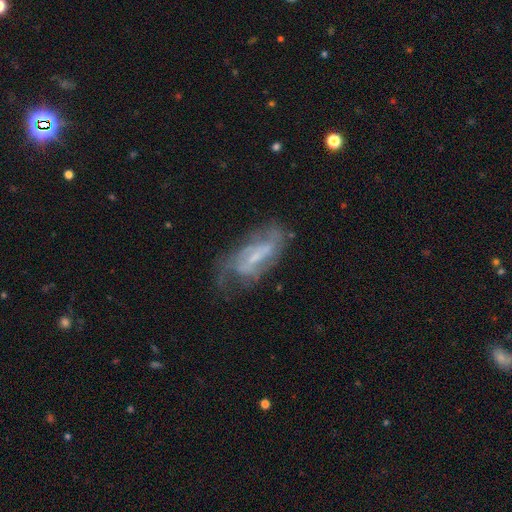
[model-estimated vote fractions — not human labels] Smooth or featured? Predicted: featured or disk (p=0.72). Edge-on disk? Predicted: no (p=0.89). Bar? Predicted: weak (p=0.45). Spiral arms? Predicted: yes (p=0.77). Bulge size? Predicted: small (p=0.49). Merging? Predicted: none (p=0.49).